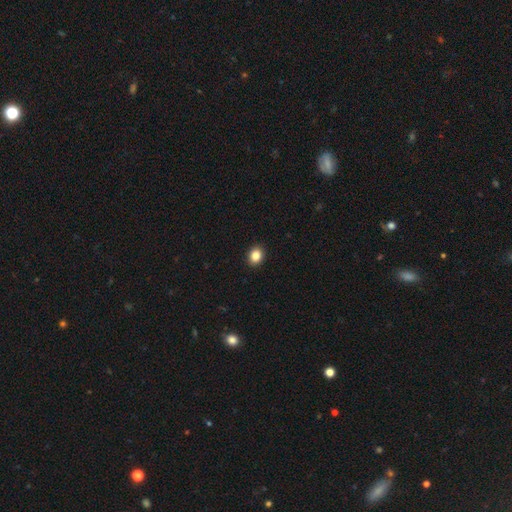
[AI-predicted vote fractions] Q: Smooth or featured?
A: smooth (86%); runner-up: star or artifact (10%)
Q: How rounded?
A: round (50%); runner-up: in between (49%)
Q: Merging?
A: none (92%); runner-up: minor disturbance (6%)